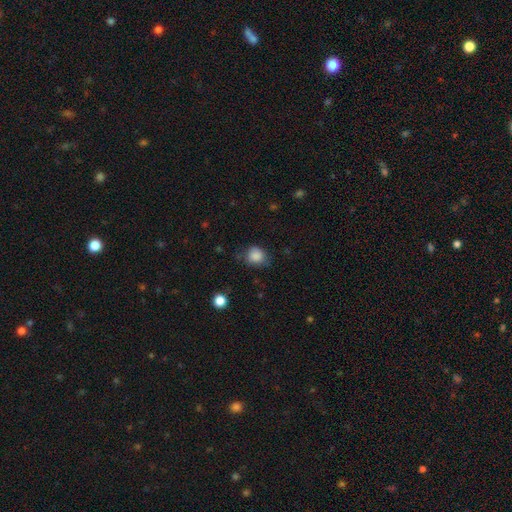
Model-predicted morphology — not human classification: smooth 86%, star or artifact 9%, featured or disk 5%. Down the decision tree: how rounded — round (72%); merging — none (67%).